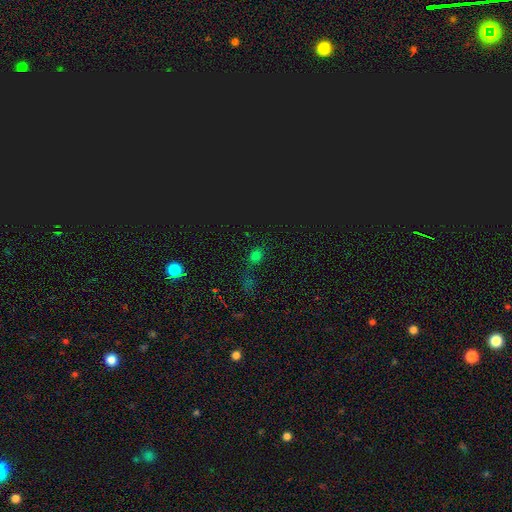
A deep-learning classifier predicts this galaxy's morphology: A smooth galaxy with no disk features (51%) that is in between round and cigar-shaped (50%). Merging: none (55%).